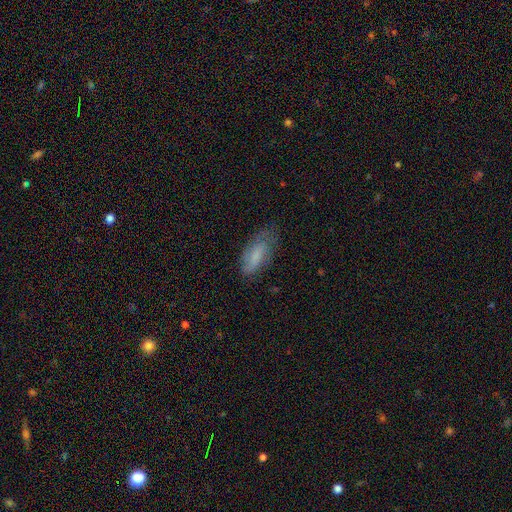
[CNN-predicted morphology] A smooth galaxy with no disk features (67%) that is in between round and cigar-shaped (78%). Merging: none (57%).